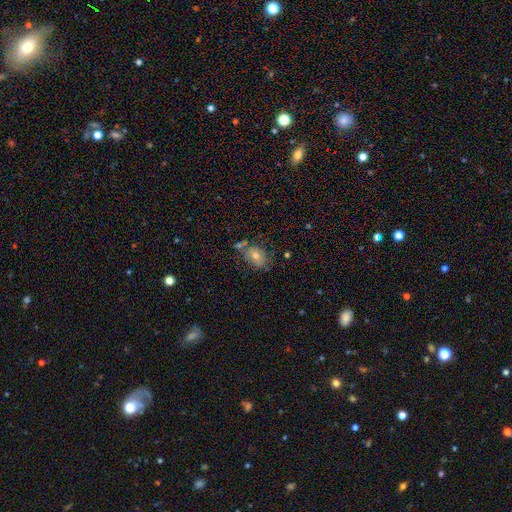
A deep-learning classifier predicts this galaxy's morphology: Smooth or featured? smooth (52%)
How rounded? in between (62%)
Merging? none (61%)